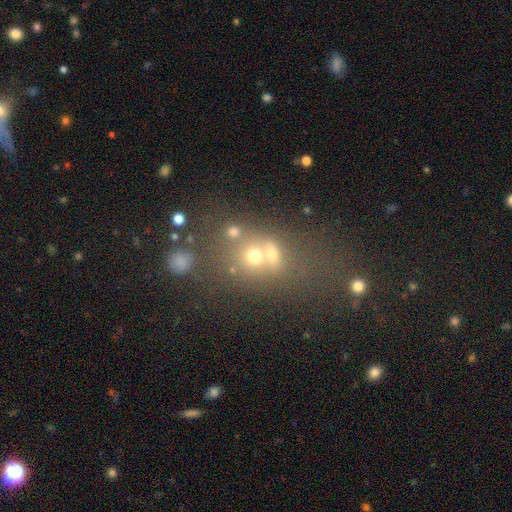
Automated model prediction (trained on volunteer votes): smooth-or-featured: smooth: 55% | star or artifact: 25% | featured or disk: 20%
  how-rounded: round: 60% | in between: 37% | cigar-shaped: 3%
  merging: merger: 46% | none: 36% | minor disturbance: 10% | major disturbance: 8%